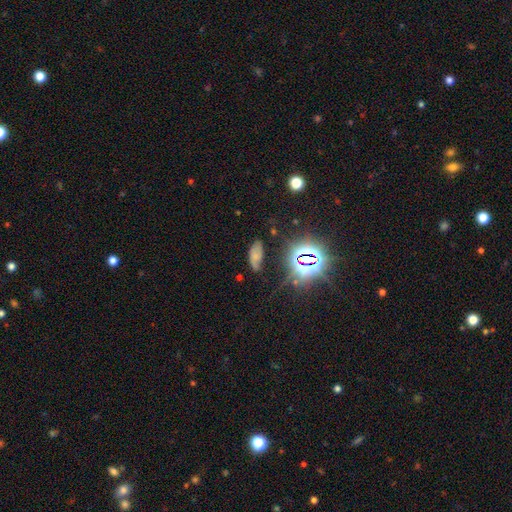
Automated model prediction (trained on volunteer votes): Smooth or featured?
  - smooth: 51% *
  - star or artifact: 28%
  - featured or disk: 22%
How rounded?
  - in between: 87% *
  - cigar-shaped: 9%
  - round: 4%
Merging?
  - none: 60% *
  - minor disturbance: 26%
  - major disturbance: 11%
  - merger: 4%